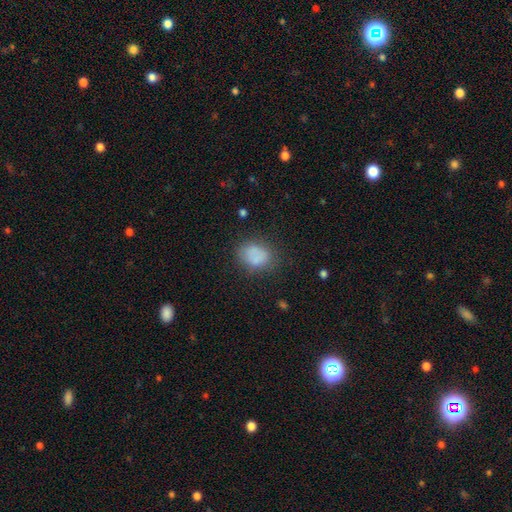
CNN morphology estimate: Smooth or featured? smooth (76%)
How rounded? in between (65%)
Merging? none (61%)